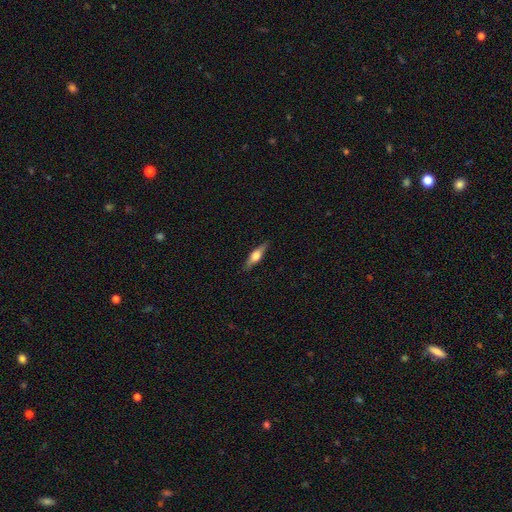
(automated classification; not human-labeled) The model was most divided on "smooth or featured": featured or disk: 54%, smooth: 40%, star or artifact: 6%. More confident: edge-on disk — yes (95%); edge-on bulge — rounded (91%); merging — none (88%).